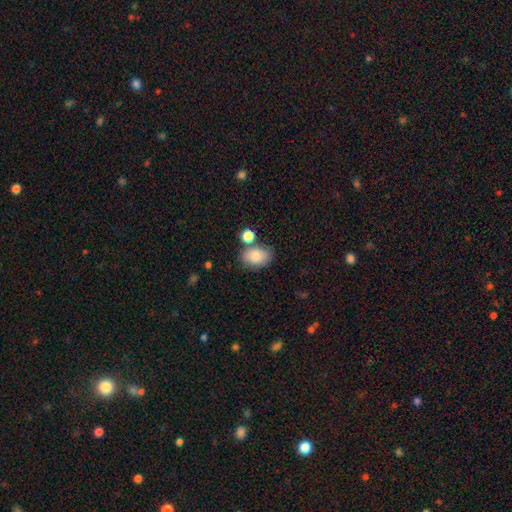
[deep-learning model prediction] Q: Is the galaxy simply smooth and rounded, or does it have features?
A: smooth — 83%.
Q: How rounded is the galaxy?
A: in between — 84%.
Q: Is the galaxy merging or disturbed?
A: none — 65%.